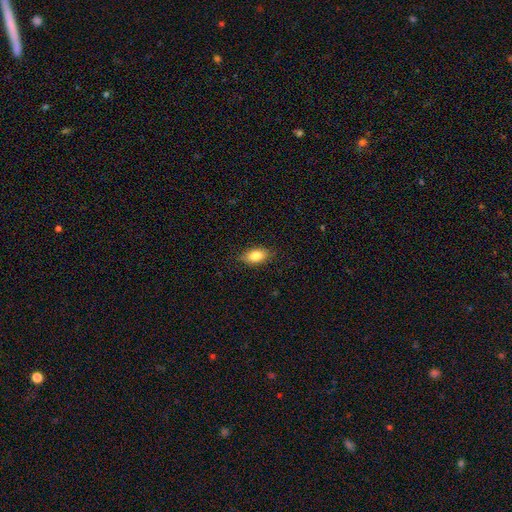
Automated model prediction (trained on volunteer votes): Smooth or featured?
  - smooth: 83% *
  - featured or disk: 9%
  - star or artifact: 8%
How rounded?
  - in between: 88% *
  - round: 7%
  - cigar-shaped: 5%
Merging?
  - none: 85% *
  - minor disturbance: 12%
  - major disturbance: 3%
  - merger: 1%